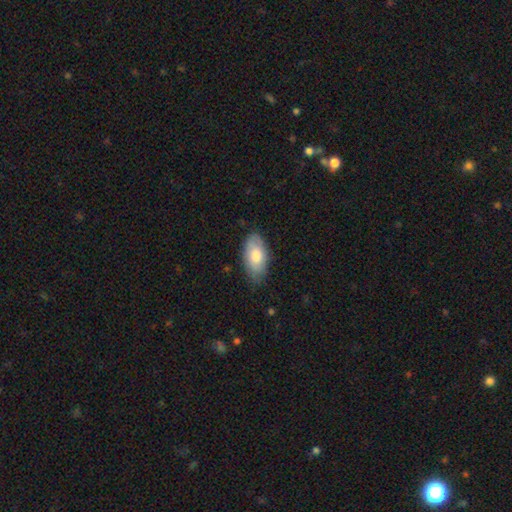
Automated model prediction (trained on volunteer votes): Overall: smooth (77%). How rounded: in between (93%). Merging: none (76%).